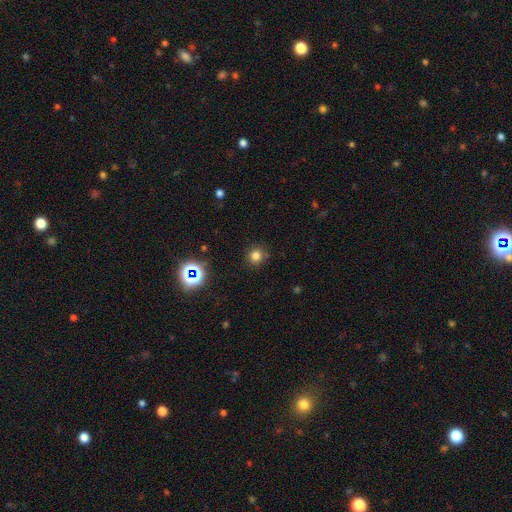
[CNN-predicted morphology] Smooth or featured: smooth — 75% (star or artifact — 19%)
How rounded: round — 91% (in between — 8%)
Merging: none — 86% (minor disturbance — 9%)